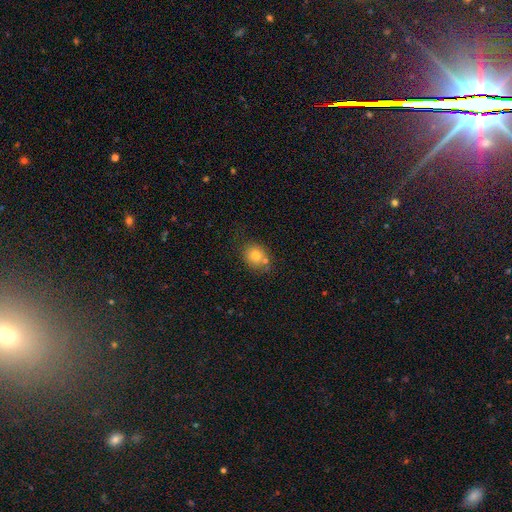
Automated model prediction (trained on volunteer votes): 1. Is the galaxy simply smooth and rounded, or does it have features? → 78% smooth, 11% star or artifact, 11% featured or disk.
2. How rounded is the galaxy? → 69% round, 30% in between, 1% cigar-shaped.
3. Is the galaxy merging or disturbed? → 67% none, 14% merger, 14% minor disturbance, 4% major disturbance.